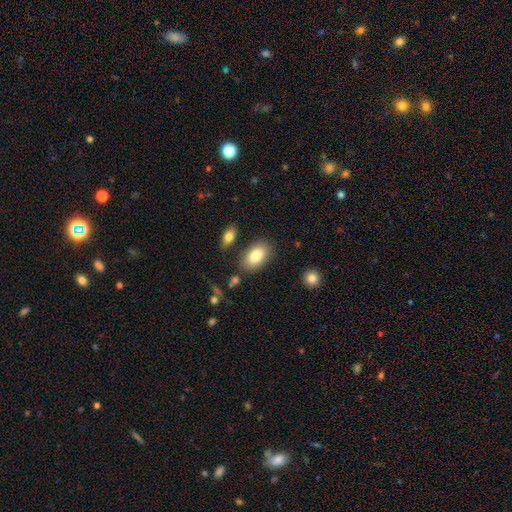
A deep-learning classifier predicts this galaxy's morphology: Q: Smooth or featured?
A: smooth (82%); runner-up: featured or disk (11%)
Q: How rounded?
A: in between (92%); runner-up: round (6%)
Q: Merging?
A: none (79%); runner-up: minor disturbance (12%)